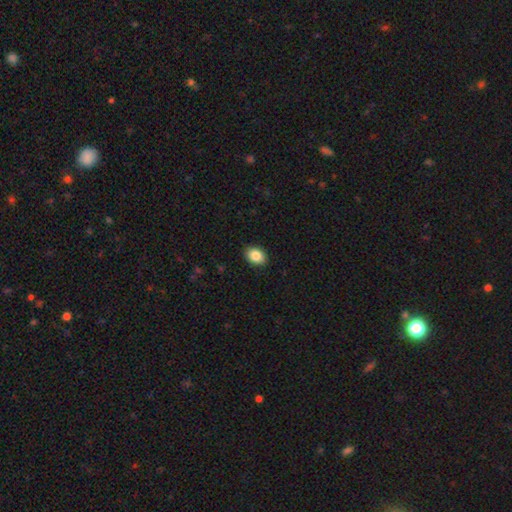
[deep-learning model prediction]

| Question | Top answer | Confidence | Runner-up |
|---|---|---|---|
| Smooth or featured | smooth | 87% | star or artifact (8%) |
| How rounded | in between | 71% | round (28%) |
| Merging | none | 90% | minor disturbance (7%) |